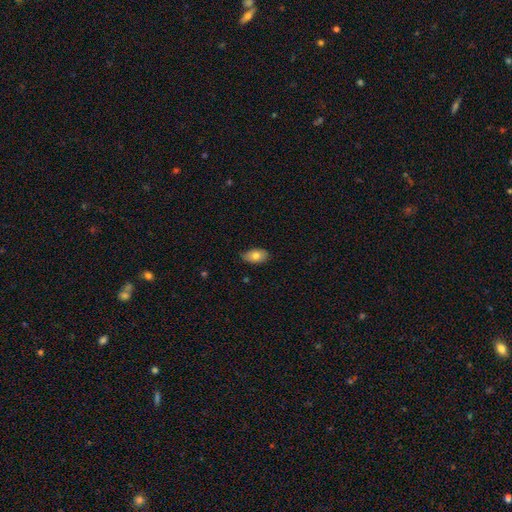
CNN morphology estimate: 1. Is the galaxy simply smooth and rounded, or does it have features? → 78% smooth, 15% featured or disk, 7% star or artifact.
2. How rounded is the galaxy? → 92% in between, 6% round, 2% cigar-shaped.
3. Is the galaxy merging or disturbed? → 77% none, 20% minor disturbance, 3% major disturbance, 1% merger.